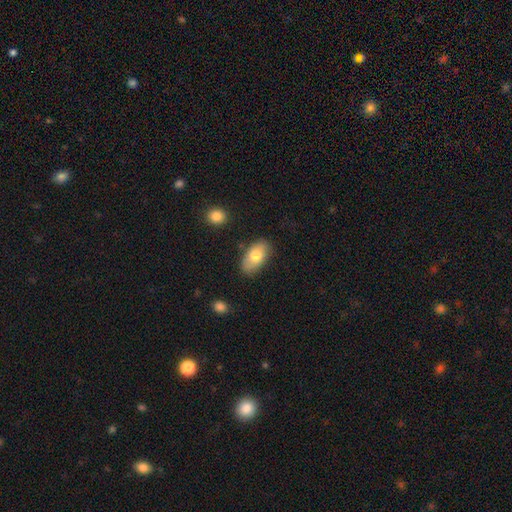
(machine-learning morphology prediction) Smooth or featured?
  - smooth: 75% *
  - featured or disk: 19%
  - star or artifact: 6%
How rounded?
  - in between: 94% *
  - round: 4%
  - cigar-shaped: 3%
Merging?
  - none: 82% *
  - minor disturbance: 13%
  - major disturbance: 3%
  - merger: 2%